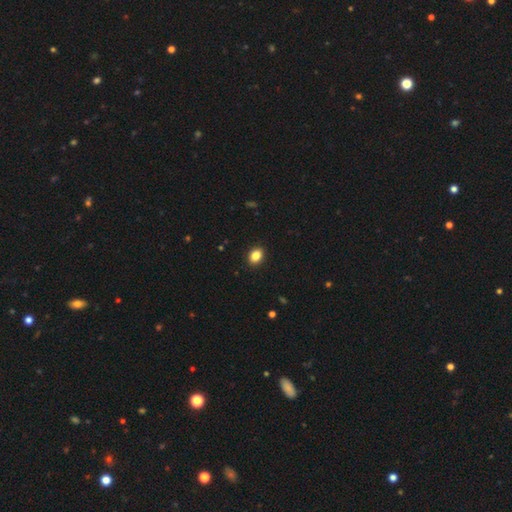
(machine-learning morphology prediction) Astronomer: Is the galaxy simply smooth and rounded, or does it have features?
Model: smooth — 86%.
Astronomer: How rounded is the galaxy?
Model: in between — 70%.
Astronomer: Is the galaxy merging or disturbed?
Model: none — 91%.